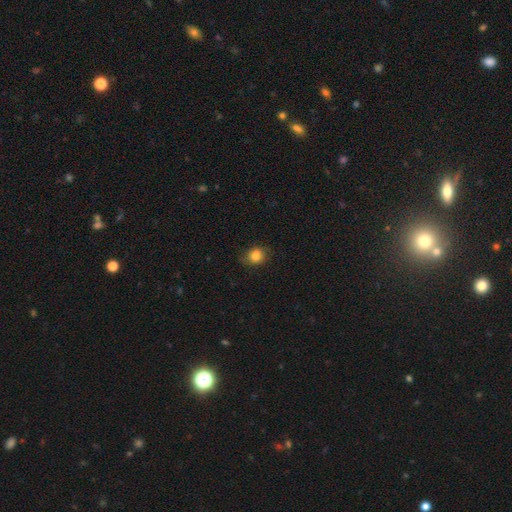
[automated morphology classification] This is clearly a smooth galaxy (83%). How rounded: likely round (68%). Merging: likely none (78%).